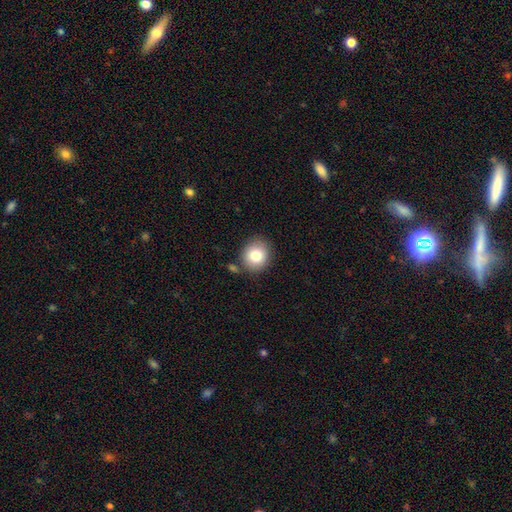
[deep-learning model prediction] Smooth or featured?
  - smooth: 80% *
  - featured or disk: 10%
  - star or artifact: 10%
How rounded?
  - round: 81% *
  - in between: 18%
  - cigar-shaped: 1%
Merging?
  - none: 80% *
  - minor disturbance: 11%
  - merger: 6%
  - major disturbance: 3%